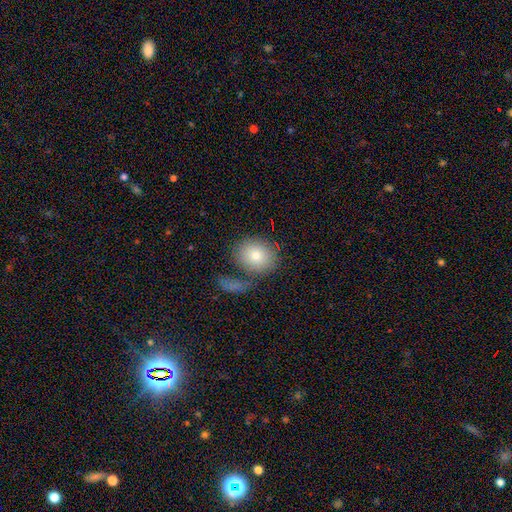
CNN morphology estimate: Smooth or featured? smooth (78%)
How rounded? round (69%)
Merging? none (63%)